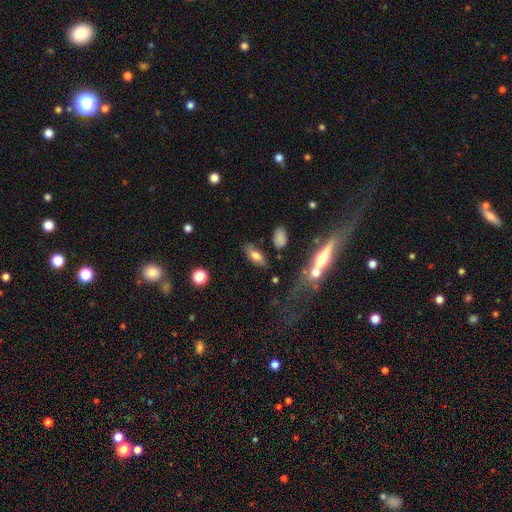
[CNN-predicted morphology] Smooth or featured: smooth — 66% (featured or disk — 24%)
How rounded: in between — 81% (cigar-shaped — 14%)
Merging: none — 71% (minor disturbance — 18%)